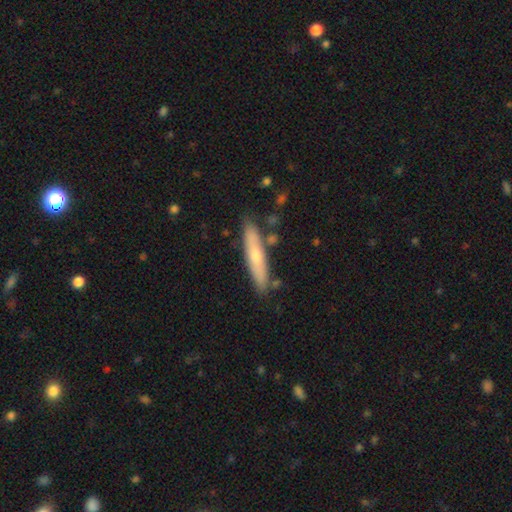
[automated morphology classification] Smooth or featured? Predicted: smooth (p=0.55). How rounded? Predicted: cigar-shaped (p=0.86). Merging? Predicted: none (p=0.81).